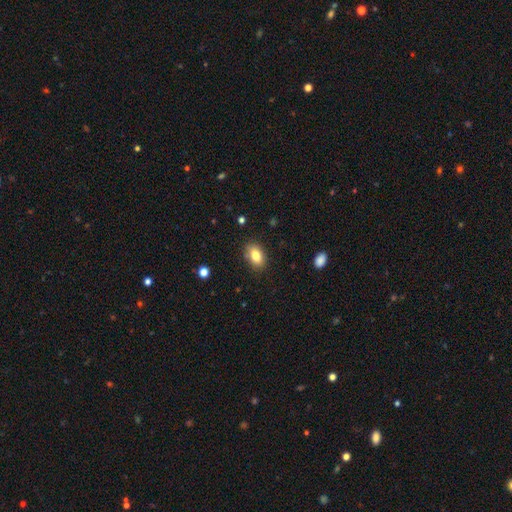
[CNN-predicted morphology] A smooth galaxy with no disk features (83%) that is in between round and cigar-shaped (87%). Merging: none (83%).